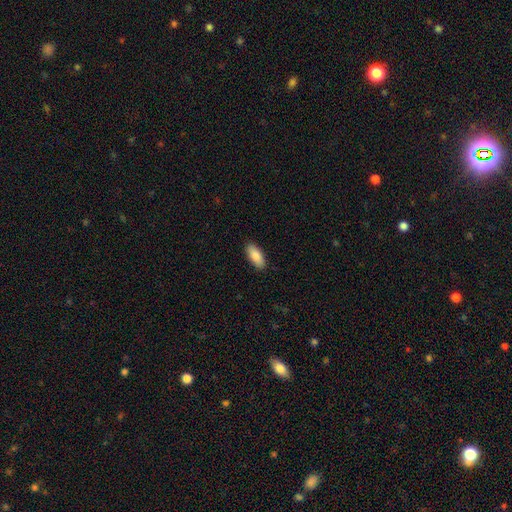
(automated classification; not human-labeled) Q: Smooth or featured?
A: smooth (88%); runner-up: featured or disk (6%)
Q: How rounded?
A: in between (85%); runner-up: cigar-shaped (13%)
Q: Merging?
A: none (89%); runner-up: minor disturbance (8%)